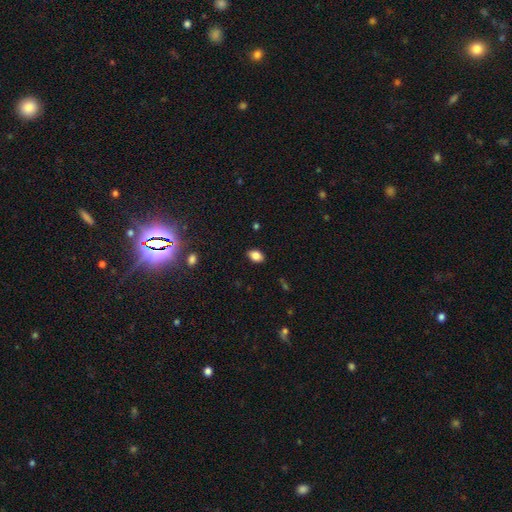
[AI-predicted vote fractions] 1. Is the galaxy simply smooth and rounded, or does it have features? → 85% smooth, 9% star or artifact, 6% featured or disk.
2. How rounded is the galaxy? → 84% in between, 14% round, 1% cigar-shaped.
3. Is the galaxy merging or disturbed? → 86% none, 11% minor disturbance, 2% major disturbance, 1% merger.